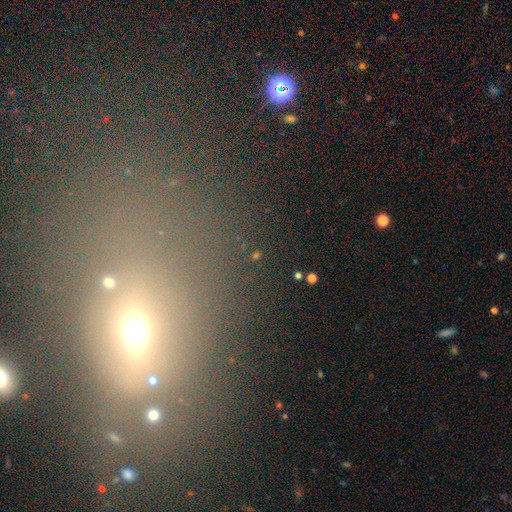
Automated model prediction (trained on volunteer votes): Smooth or featured? Predicted: star or artifact (p=0.56).